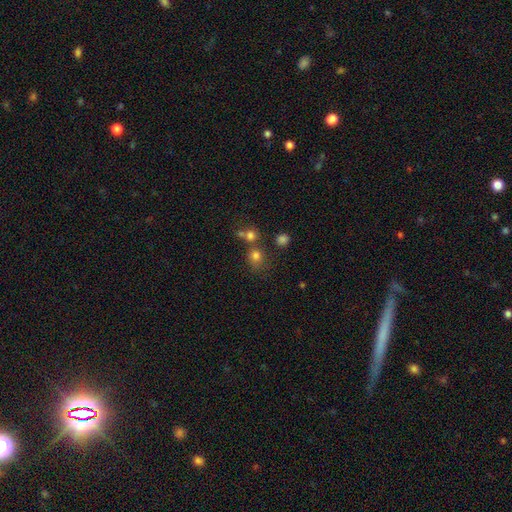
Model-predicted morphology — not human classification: Overall: smooth (73%). How rounded: round (81%). Merging: none (55%; merger 30%).